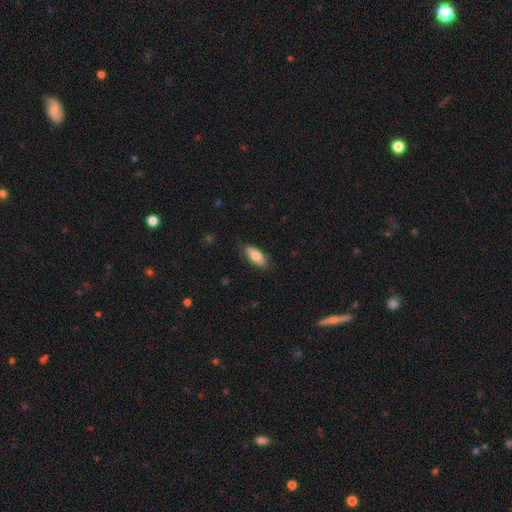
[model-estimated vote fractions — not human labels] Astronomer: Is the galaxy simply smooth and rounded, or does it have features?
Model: smooth — 74%.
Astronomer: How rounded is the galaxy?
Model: in between — 82%.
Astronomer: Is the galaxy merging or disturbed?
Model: none — 82%.